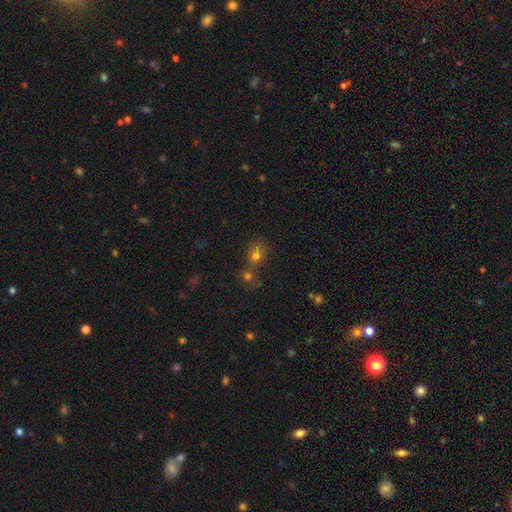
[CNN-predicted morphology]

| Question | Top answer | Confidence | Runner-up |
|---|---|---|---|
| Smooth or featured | smooth | 67% | star or artifact (21%) |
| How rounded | round | 57% | in between (41%) |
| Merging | merger | 43% | none (41%) |